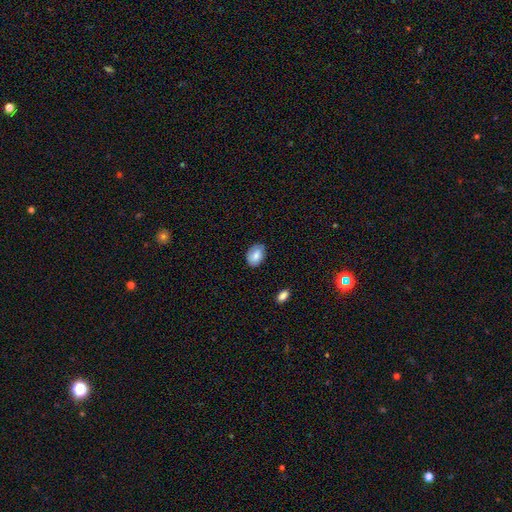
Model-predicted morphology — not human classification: Smooth or featured? Predicted: smooth (p=0.78). How rounded? Predicted: in between (p=0.81). Merging? Predicted: none (p=0.73).